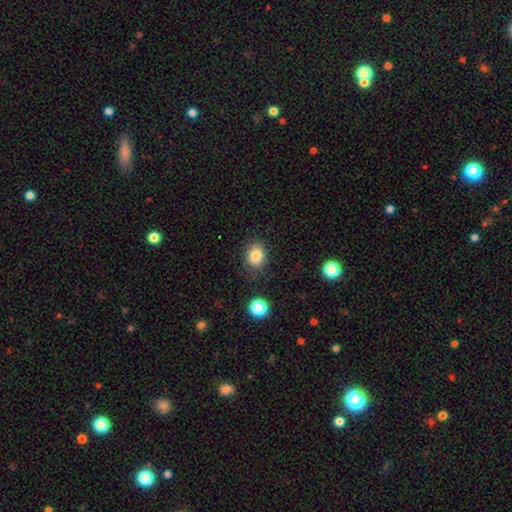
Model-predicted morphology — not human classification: The model was most divided on "how rounded": in between: 50%, round: 49%, cigar-shaped: 1%. More confident: smooth or featured — smooth (84%); merging — none (80%).